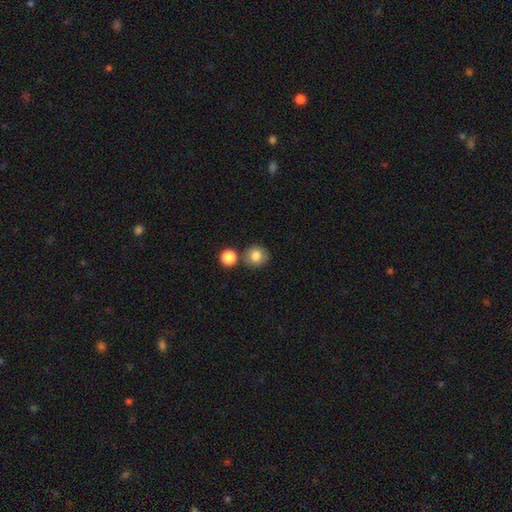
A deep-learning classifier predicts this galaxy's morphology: This appears to be a smooth galaxy with no disk features (83%) that is round (87%). Merging: none (74%).